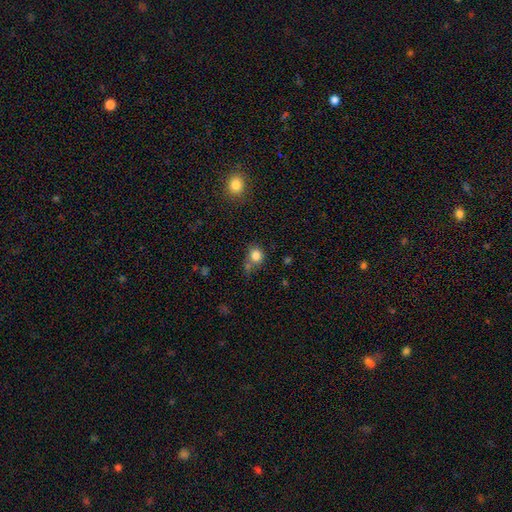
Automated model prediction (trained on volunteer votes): smooth-or-featured: smooth: 82% | star or artifact: 11% | featured or disk: 6%
  how-rounded: round: 79% | in between: 20% | cigar-shaped: 1%
  merging: none: 59% | merger: 18% | minor disturbance: 16% | major disturbance: 6%